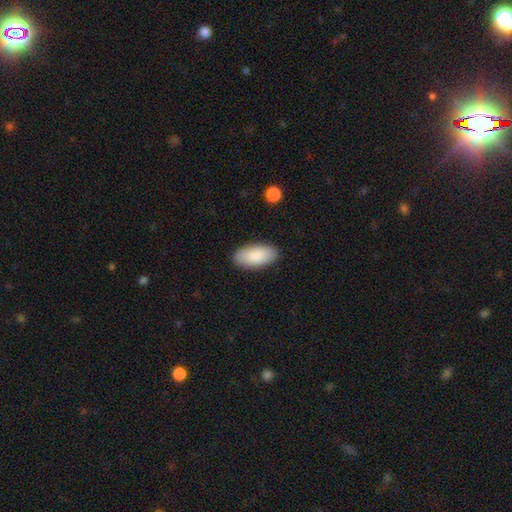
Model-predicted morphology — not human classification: Q: Smooth or featured?
A: smooth (88%); runner-up: featured or disk (6%)
Q: How rounded?
A: in between (92%); runner-up: cigar-shaped (6%)
Q: Merging?
A: none (88%); runner-up: minor disturbance (9%)